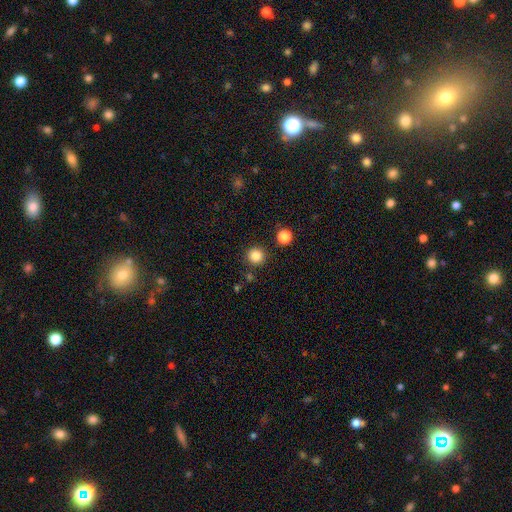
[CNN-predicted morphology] Smooth or featured? Predicted: smooth (p=0.84). How rounded? Predicted: round (p=0.95). Merging? Predicted: none (p=0.89).